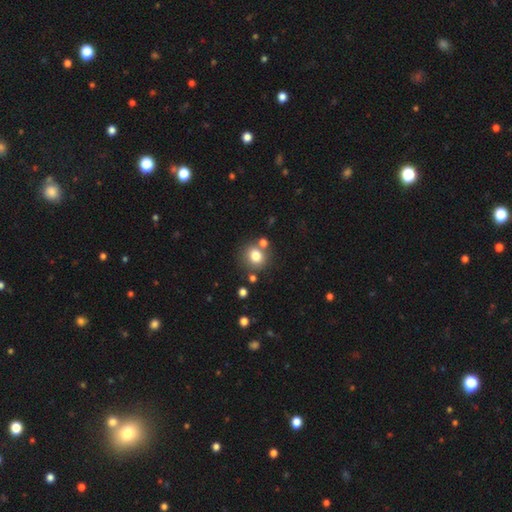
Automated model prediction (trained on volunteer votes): A smooth galaxy with no disk features (78%) that is round (82%).

Vote fractions:
- Smooth or featured? smooth: 78% / star or artifact: 12% / featured or disk: 9%
- How rounded? round: 82% / in between: 17% / cigar-shaped: 1%
- Merging? none: 73% / merger: 14% / minor disturbance: 10% / major disturbance: 4%